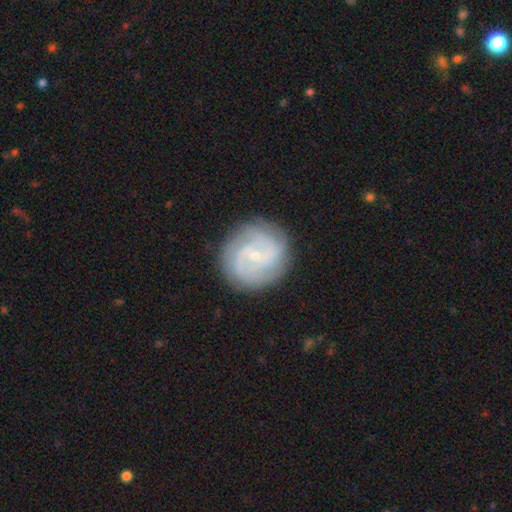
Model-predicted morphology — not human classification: Smooth or featured? Predicted: featured or disk (p=0.81). Edge-on disk? Predicted: no (p=0.98). Bar? Predicted: no (p=0.50). Spiral arms? Predicted: yes (p=0.95). Spiral winding? Predicted: tight (p=0.51). Spiral arm count? Predicted: 2 (p=0.42). Bulge size? Predicted: small (p=0.79). Merging? Predicted: none (p=0.84).